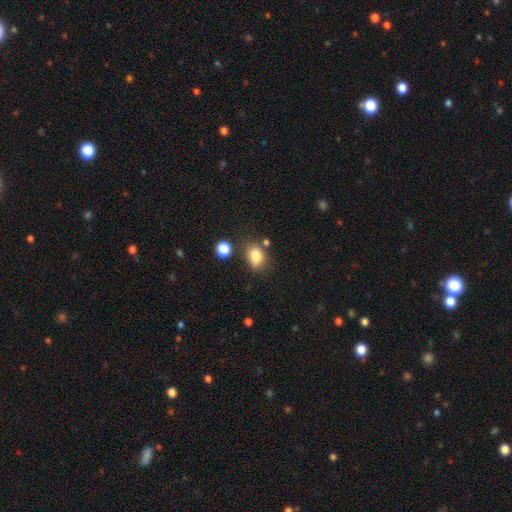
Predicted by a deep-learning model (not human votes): Overall: smooth (83%). How rounded: in between (75%). Merging: none (63%).